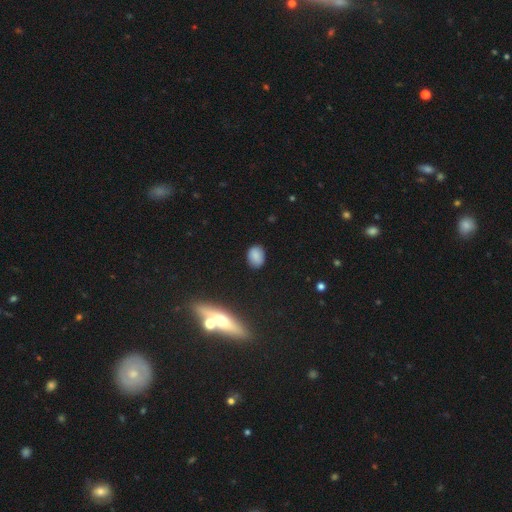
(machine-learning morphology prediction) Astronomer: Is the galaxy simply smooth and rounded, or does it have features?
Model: smooth — 84%.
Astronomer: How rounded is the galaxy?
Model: in between — 67%.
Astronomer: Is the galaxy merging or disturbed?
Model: none — 85%.